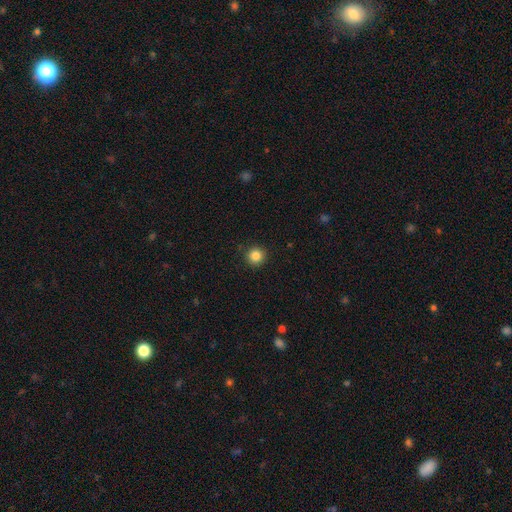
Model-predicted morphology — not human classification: Smooth or featured? smooth (85%)
How rounded? round (95%)
Merging? none (91%)